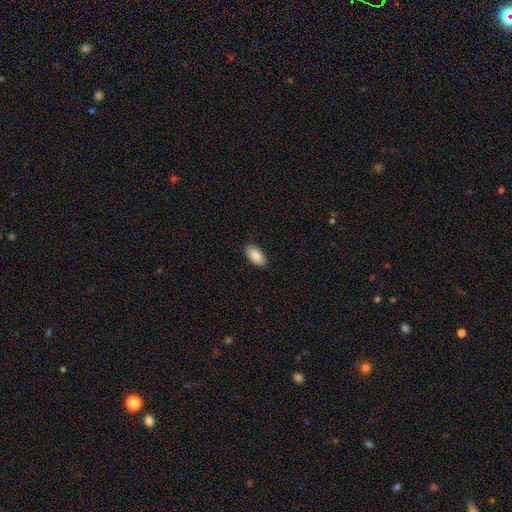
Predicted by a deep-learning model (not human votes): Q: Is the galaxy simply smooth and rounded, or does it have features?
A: smooth — 88%.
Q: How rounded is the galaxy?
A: in between — 94%.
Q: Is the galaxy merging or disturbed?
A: none — 89%.